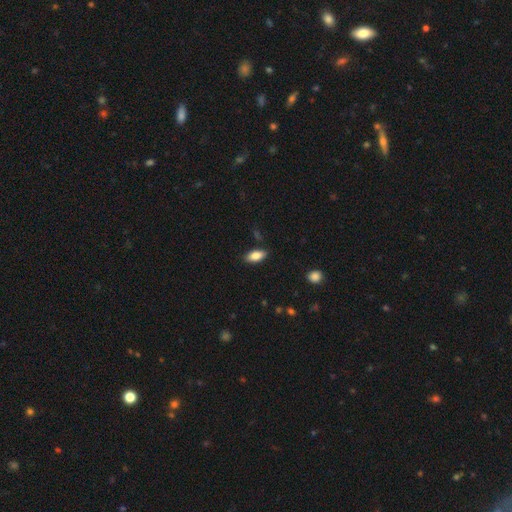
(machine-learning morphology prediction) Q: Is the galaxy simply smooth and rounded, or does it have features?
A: smooth — 84%.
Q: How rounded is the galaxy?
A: in between — 89%.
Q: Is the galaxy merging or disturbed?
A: none — 86%.